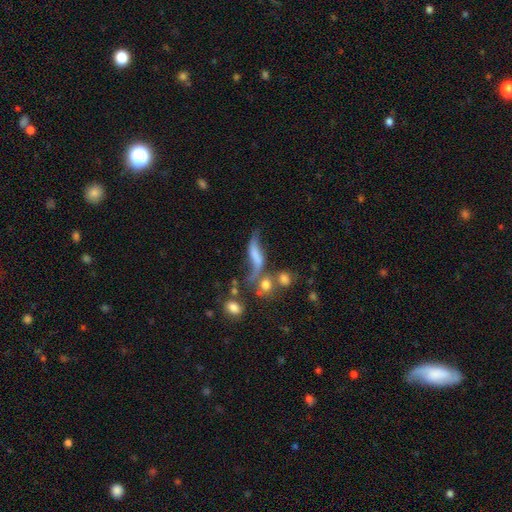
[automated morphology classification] This appears to be a featured or disk galaxy (51%). Merging: none (32%).